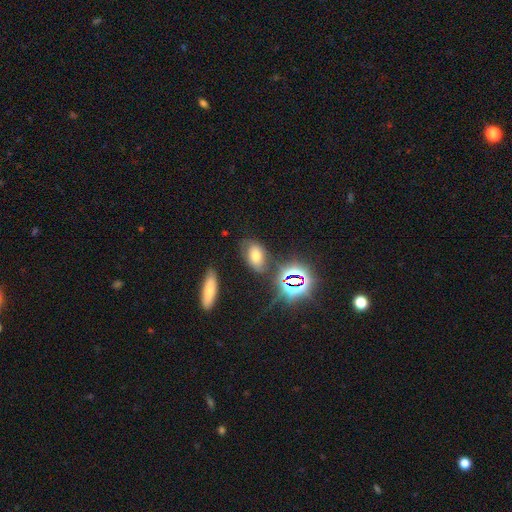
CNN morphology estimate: A smooth galaxy with no disk features (55%) that is in between round and cigar-shaped (86%).

Vote fractions:
- Smooth or featured? smooth: 55% / star or artifact: 28% / featured or disk: 16%
- How rounded? in between: 86% / round: 11% / cigar-shaped: 2%
- Merging? none: 71% / minor disturbance: 17% / major disturbance: 6% / merger: 5%